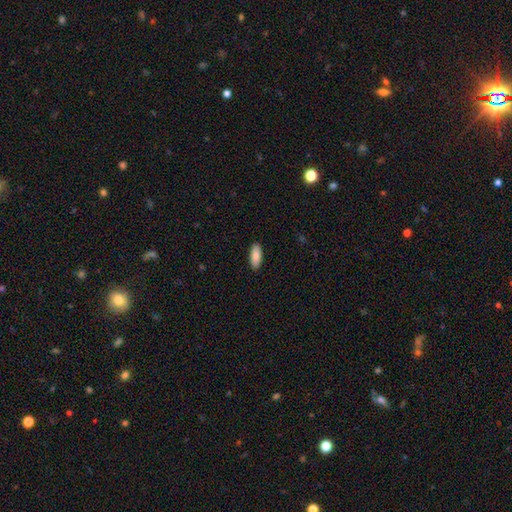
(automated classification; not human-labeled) smooth-or-featured: smooth: 88% | featured or disk: 7% | star or artifact: 6%
  how-rounded: in between: 75% | cigar-shaped: 23% | round: 2%
  merging: none: 90% | minor disturbance: 7% | major disturbance: 2% | merger: 1%